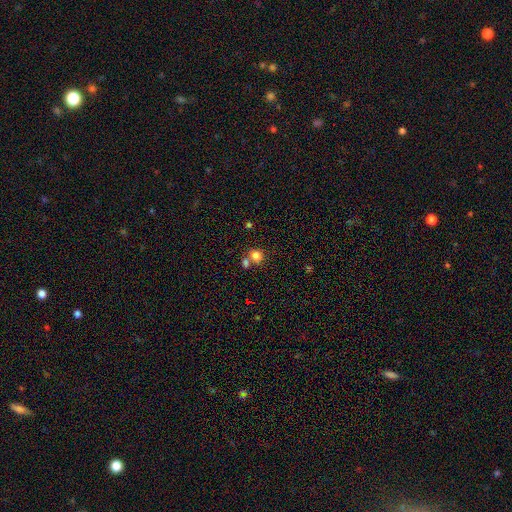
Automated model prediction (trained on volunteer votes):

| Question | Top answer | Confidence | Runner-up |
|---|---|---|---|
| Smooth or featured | smooth | 81% | star or artifact (12%) |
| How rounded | round | 72% | in between (27%) |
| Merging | none | 53% | merger (33%) |